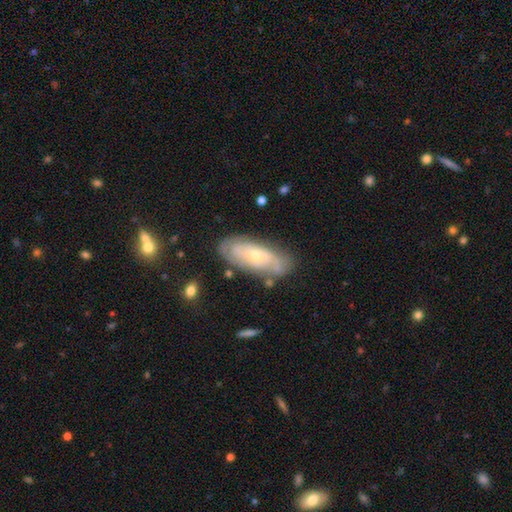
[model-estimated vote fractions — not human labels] smooth_or_featured: featured or disk (p=0.68) [alt: smooth p=0.25]
disk_edge_on: no (p=0.89) [alt: yes p=0.11]
bar: no (p=0.80) [alt: weak p=0.16]
has_spiral_arms: yes (p=0.76) [alt: no p=0.24]
bulge_size: small (p=0.66) [alt: moderate p=0.31]
merging: none (p=0.72) [alt: minor disturbance p=0.19]